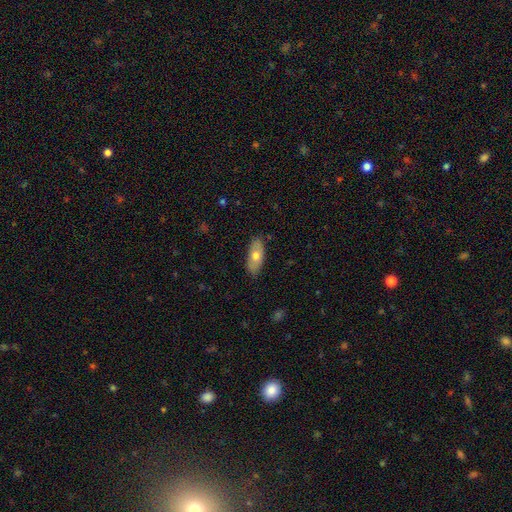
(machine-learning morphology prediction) Smooth or featured?
  - smooth: 67% *
  - featured or disk: 27%
  - star or artifact: 6%
How rounded?
  - in between: 84% *
  - cigar-shaped: 13%
  - round: 3%
Merging?
  - none: 85% *
  - minor disturbance: 12%
  - major disturbance: 2%
  - merger: 1%